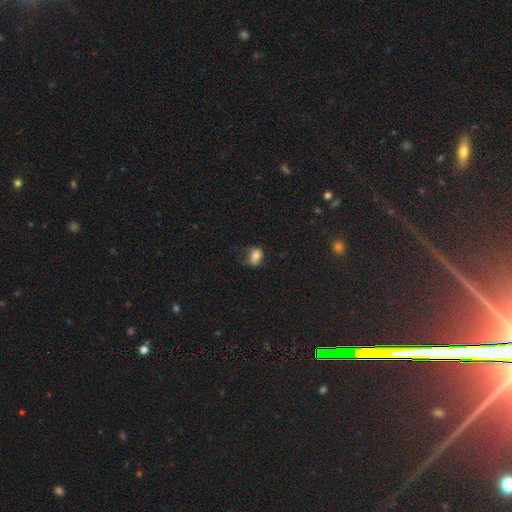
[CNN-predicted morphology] A smooth galaxy with no disk features (76%) that is in between round and cigar-shaped (60%). Merging: none (40%).